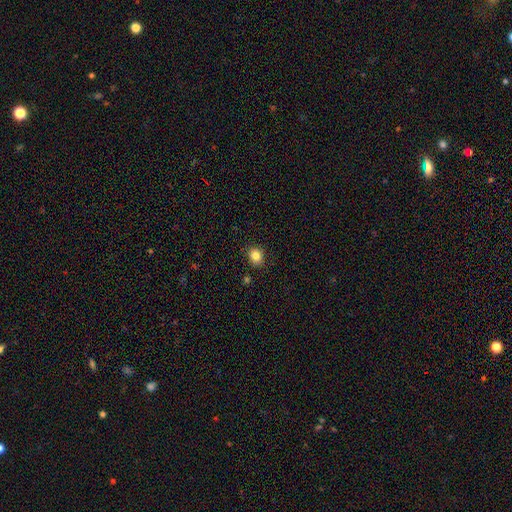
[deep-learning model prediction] A smooth galaxy with no disk features (84%) that is round (57%). Merging: none (86%).